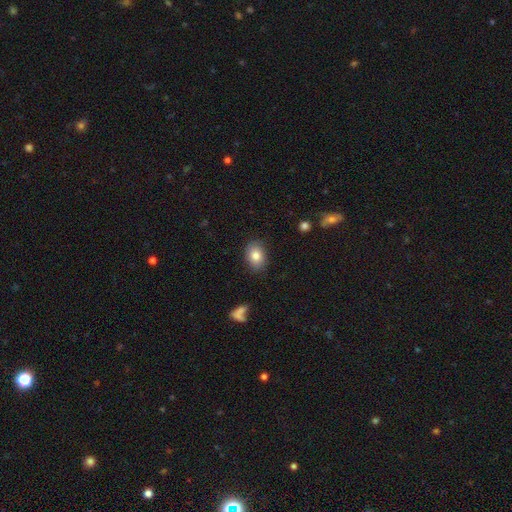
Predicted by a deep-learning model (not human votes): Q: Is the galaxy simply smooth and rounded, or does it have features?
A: smooth — 82%.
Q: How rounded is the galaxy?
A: in between — 73%.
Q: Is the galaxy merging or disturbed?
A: none — 84%.